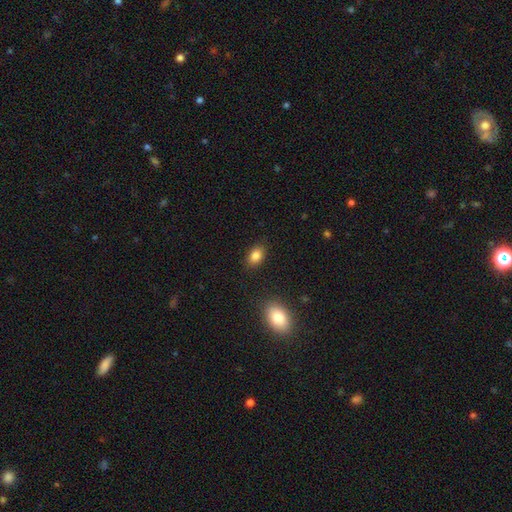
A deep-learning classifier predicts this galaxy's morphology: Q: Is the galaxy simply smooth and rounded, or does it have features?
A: smooth — 84%.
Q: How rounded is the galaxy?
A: in between — 81%.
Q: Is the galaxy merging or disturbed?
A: none — 87%.